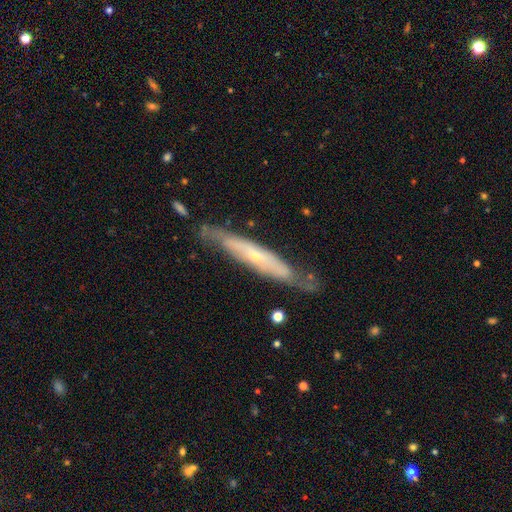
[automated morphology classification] Smooth or featured? featured or disk (69%)
Edge-on disk? yes (65%)
Merging? none (69%)